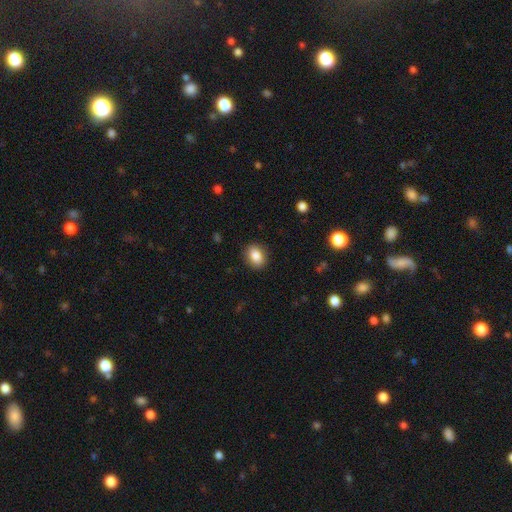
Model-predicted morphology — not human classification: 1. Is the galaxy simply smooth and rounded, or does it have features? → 86% smooth, 8% star or artifact, 5% featured or disk.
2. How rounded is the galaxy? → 63% in between, 36% round, 1% cigar-shaped.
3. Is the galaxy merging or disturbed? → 88% none, 9% minor disturbance, 2% major disturbance, 1% merger.